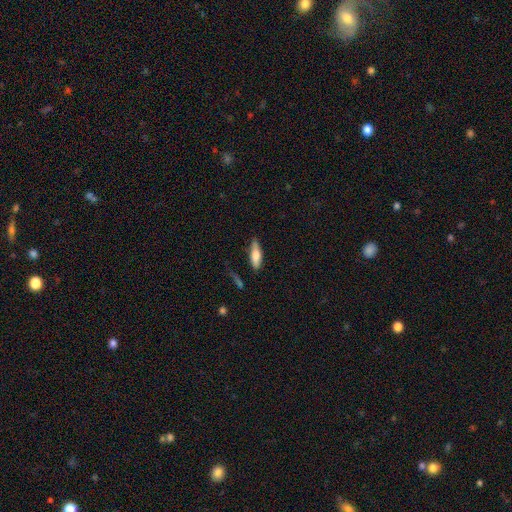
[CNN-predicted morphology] A smooth galaxy with no disk features (69%) that is cigar-shaped (51%).

Vote fractions:
- Smooth or featured? smooth: 69% / featured or disk: 25% / star or artifact: 6%
- How rounded? cigar-shaped: 51% / in between: 47% / round: 2%
- Merging? none: 72% / minor disturbance: 21% / major disturbance: 5% / merger: 3%